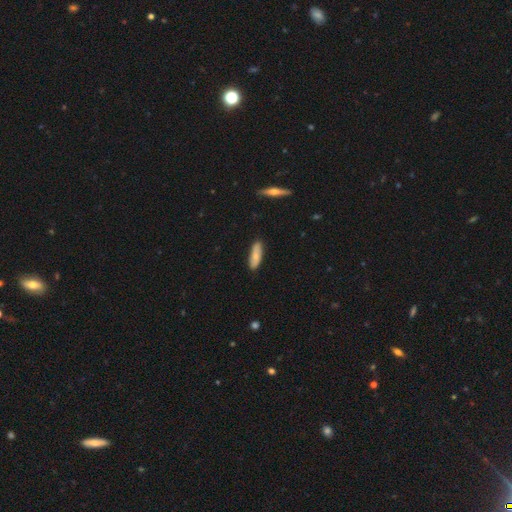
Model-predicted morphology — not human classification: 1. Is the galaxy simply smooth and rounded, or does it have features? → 68% smooth, 26% featured or disk, 6% star or artifact.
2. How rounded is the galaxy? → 51% in between, 47% cigar-shaped, 2% round.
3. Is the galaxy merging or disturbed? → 84% none, 12% minor disturbance, 2% major disturbance, 1% merger.